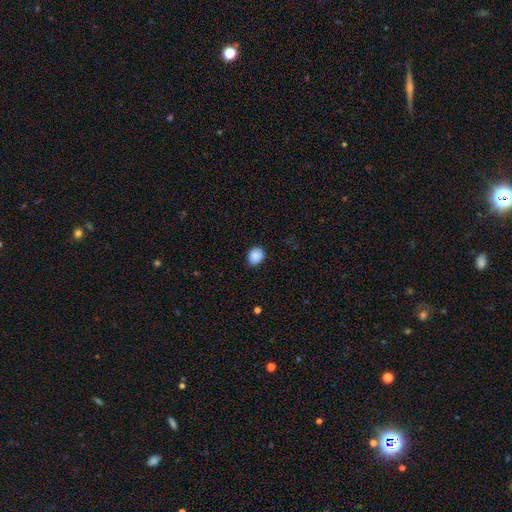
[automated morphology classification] Smooth or featured: smooth — 88% (star or artifact — 8%)
How rounded: round — 60% (in between — 39%)
Merging: none — 85% (minor disturbance — 12%)